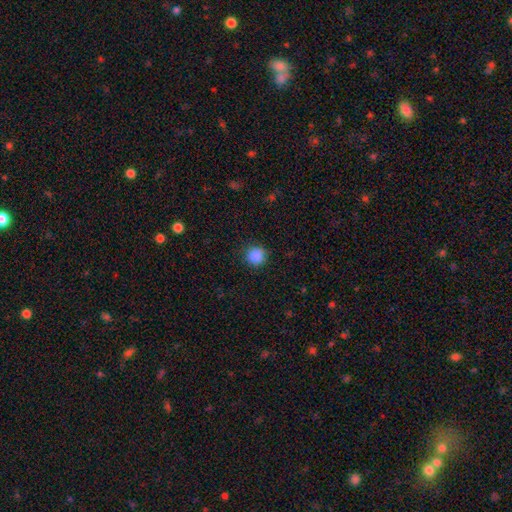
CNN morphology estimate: Smooth or featured?
  - smooth: 87% *
  - star or artifact: 10%
  - featured or disk: 3%
How rounded?
  - round: 93% *
  - in between: 6%
  - cigar-shaped: 1%
Merging?
  - none: 87% *
  - minor disturbance: 10%
  - major disturbance: 3%
  - merger: 1%